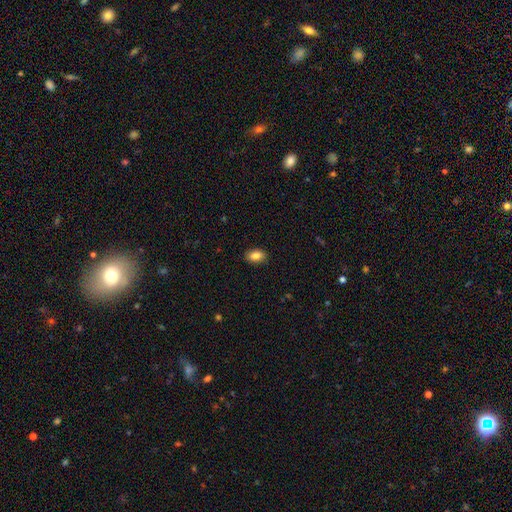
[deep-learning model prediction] Smooth or featured: smooth — 85% (star or artifact — 8%)
How rounded: in between — 88% (round — 10%)
Merging: none — 88% (minor disturbance — 9%)